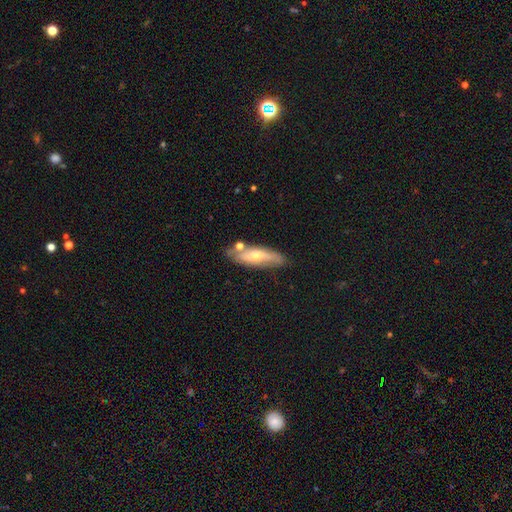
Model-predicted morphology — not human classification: Smooth or featured: featured or disk — 47% (smooth — 46%)
Merging: none — 66% (minor disturbance — 20%)